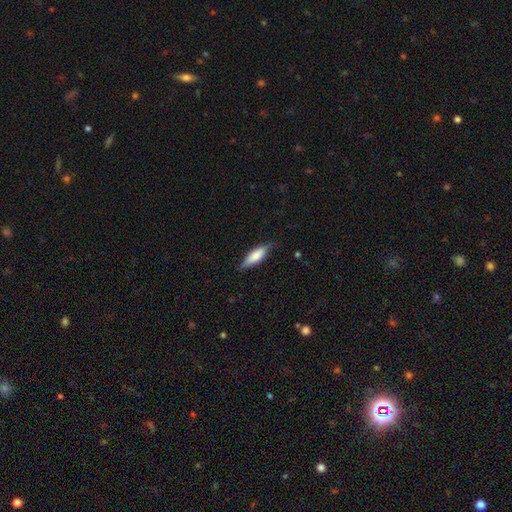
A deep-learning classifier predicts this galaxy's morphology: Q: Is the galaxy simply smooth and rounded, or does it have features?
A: smooth — 67%.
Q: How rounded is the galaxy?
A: in between — 51%.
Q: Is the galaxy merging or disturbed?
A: none — 76%.